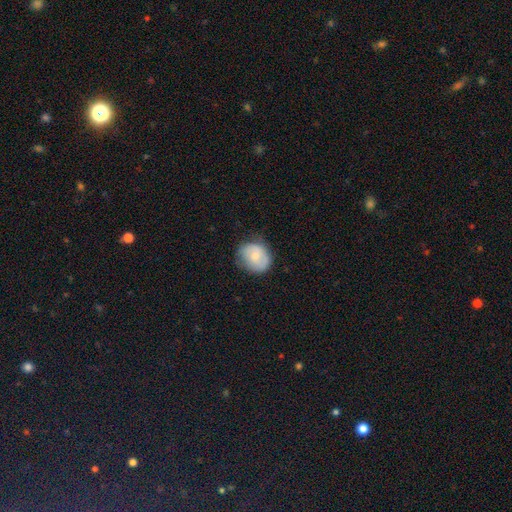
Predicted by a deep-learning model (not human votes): smooth 65%, featured or disk 28%, star or artifact 7%. Down the decision tree: how rounded — round (70%); merging — none (68%).